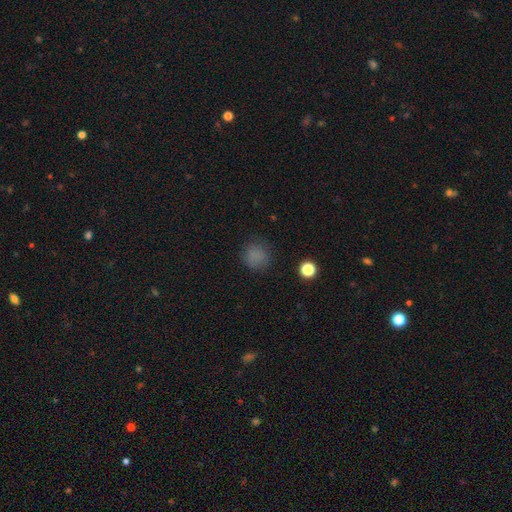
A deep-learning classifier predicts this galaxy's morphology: A smooth galaxy with no disk features (79%) that is round (89%). Merging: none (82%).